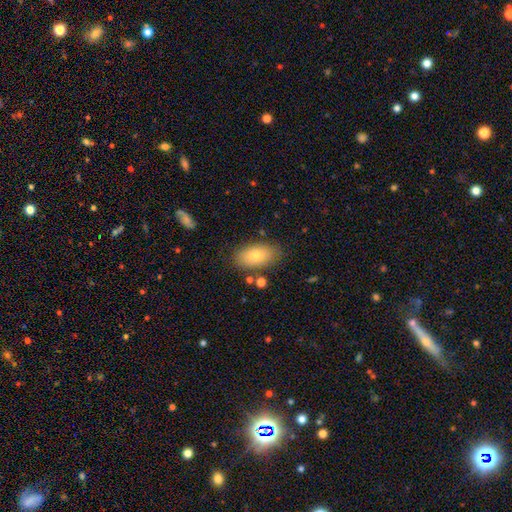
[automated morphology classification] Smooth or featured: smooth — 76% (featured or disk — 16%)
How rounded: in between — 92% (round — 6%)
Merging: none — 79% (minor disturbance — 14%)